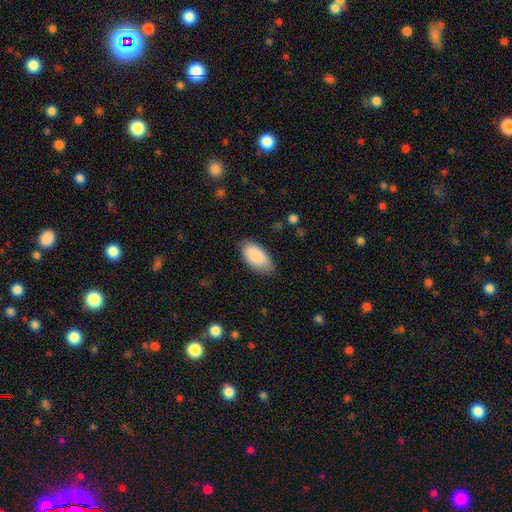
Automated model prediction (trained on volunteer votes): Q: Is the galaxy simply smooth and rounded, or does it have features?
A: smooth — 88%.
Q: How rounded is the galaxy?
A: in between — 95%.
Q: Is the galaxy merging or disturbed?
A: none — 75%.